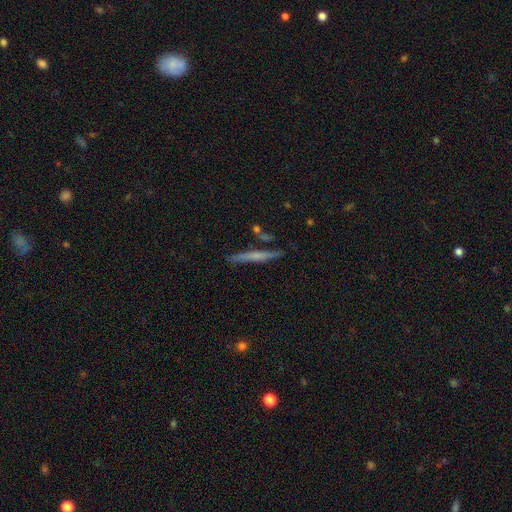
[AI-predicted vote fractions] A smooth galaxy with no disk features (48%).

Vote fractions:
- Smooth or featured? smooth: 48% / featured or disk: 46% / star or artifact: 6%
- Merging? none: 84% / minor disturbance: 10% / merger: 4% / major disturbance: 2%